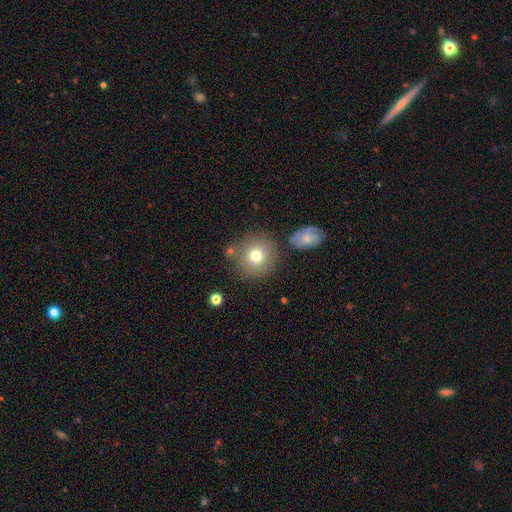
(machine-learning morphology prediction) A smooth galaxy with no disk features (76%) that is round (90%).

Vote fractions:
- Smooth or featured? smooth: 76% / featured or disk: 13% / star or artifact: 11%
- How rounded? round: 90% / in between: 9% / cigar-shaped: 1%
- Merging? none: 76% / minor disturbance: 12% / merger: 8% / major disturbance: 4%